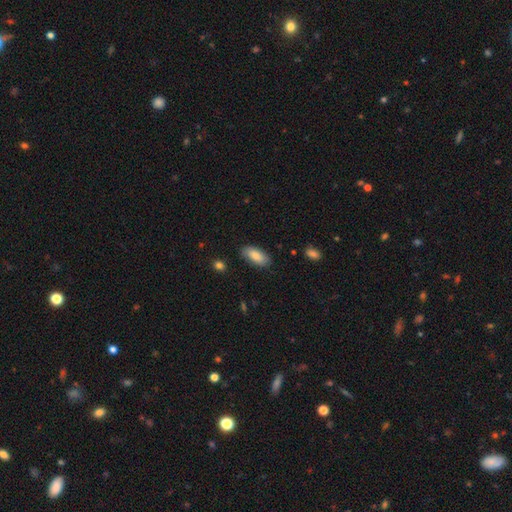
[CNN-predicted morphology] Overall: smooth (83%). How rounded: in between (89%). Merging: none (81%).